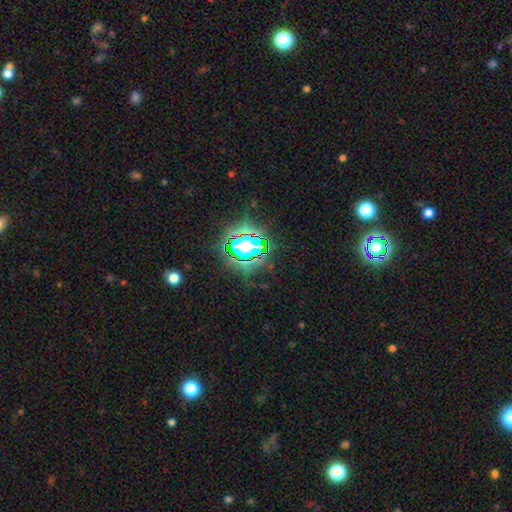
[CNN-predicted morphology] Overall: star or artifact (76%).